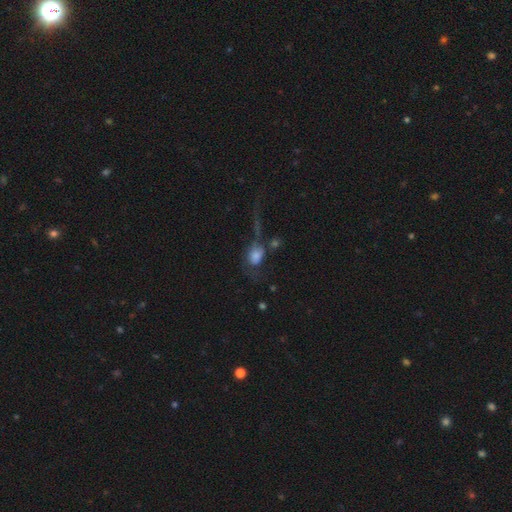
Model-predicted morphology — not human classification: A smooth galaxy with no disk features (60%) that is in between round and cigar-shaped (63%).

Vote fractions:
- Smooth or featured? smooth: 60% / featured or disk: 26% / star or artifact: 14%
- How rounded? in between: 63% / round: 34% / cigar-shaped: 3%
- Merging? major disturbance: 43% / none: 22% / merger: 21% / minor disturbance: 14%